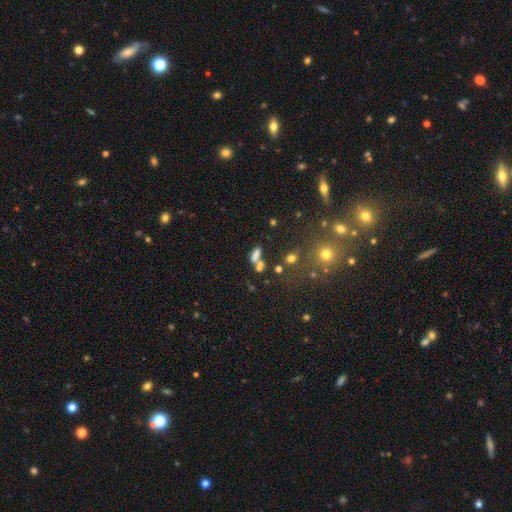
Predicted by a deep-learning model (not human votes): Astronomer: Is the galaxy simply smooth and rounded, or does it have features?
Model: smooth — 66%.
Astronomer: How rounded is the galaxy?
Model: in between — 74%.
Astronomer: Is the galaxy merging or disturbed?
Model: merger — 41% (runner-up: none, 38%).